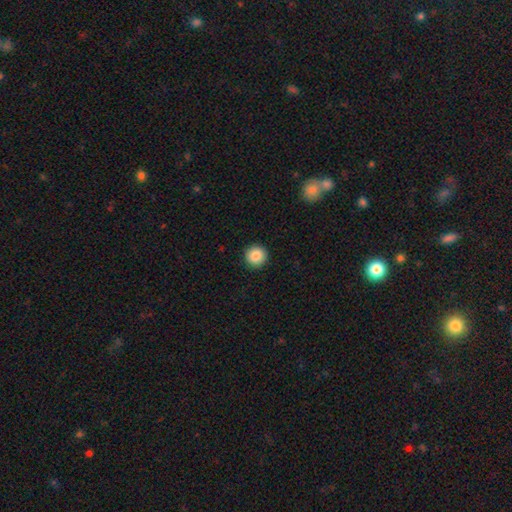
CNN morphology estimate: Smooth or featured: smooth — 86% (star or artifact — 9%)
How rounded: round — 96% (in between — 4%)
Merging: none — 93% (minor disturbance — 5%)